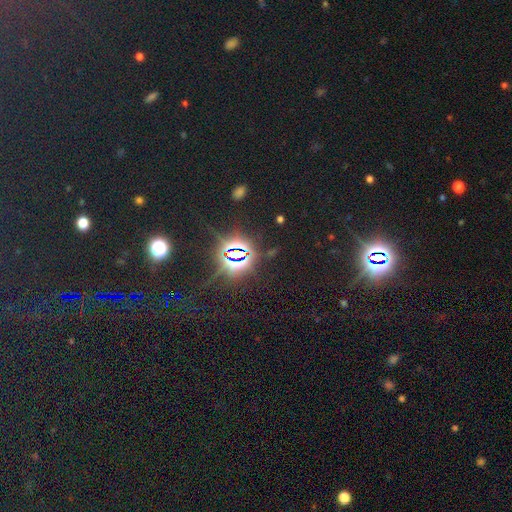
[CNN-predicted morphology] Overall: star or artifact (79%).